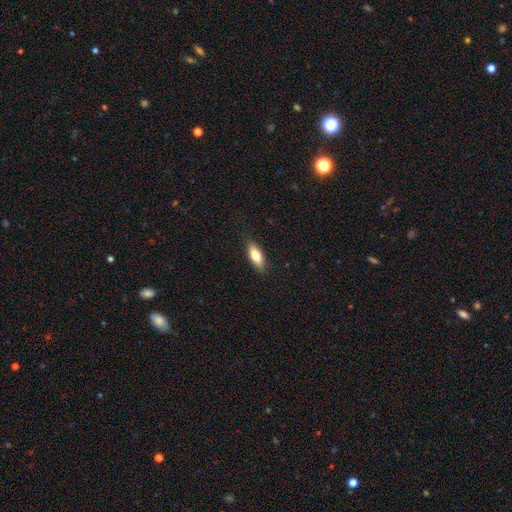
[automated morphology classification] Smooth or featured: smooth — 76% (featured or disk — 17%)
How rounded: in between — 68% (cigar-shaped — 29%)
Merging: none — 86% (minor disturbance — 11%)